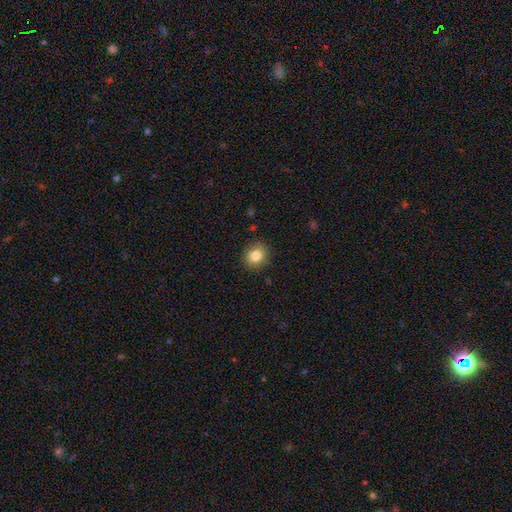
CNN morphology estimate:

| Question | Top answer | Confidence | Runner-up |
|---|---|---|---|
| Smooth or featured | smooth | 83% | star or artifact (10%) |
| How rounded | round | 67% | in between (32%) |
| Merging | none | 88% | minor disturbance (8%) |